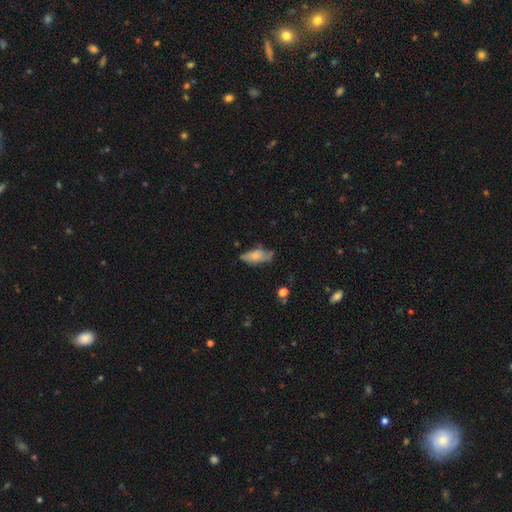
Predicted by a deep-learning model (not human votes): Overall: smooth (61%; featured or disk 31%). How rounded: in between (82%). Merging: none (49%; minor disturbance 34%).